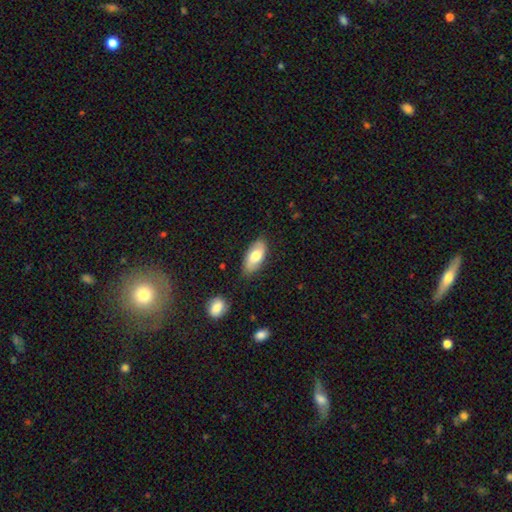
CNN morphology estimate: This appears to be a smooth galaxy with no disk features (70%) that is in between round and cigar-shaped (91%). Merging: none (80%).